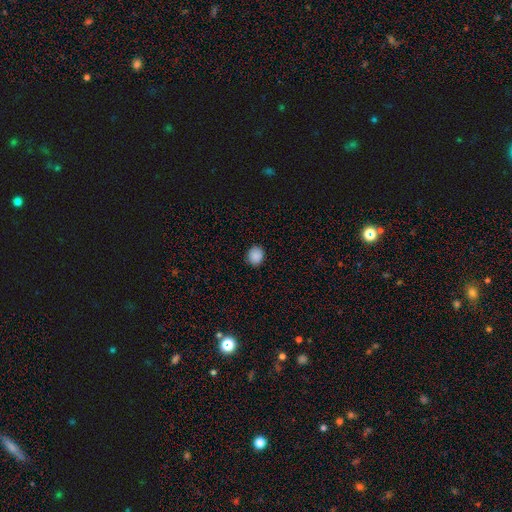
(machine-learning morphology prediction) smooth_or_featured: smooth (p=0.88) [alt: star or artifact p=0.09]
how_rounded: round (p=0.77) [alt: in between p=0.22]
merging: none (p=0.89) [alt: minor disturbance p=0.08]